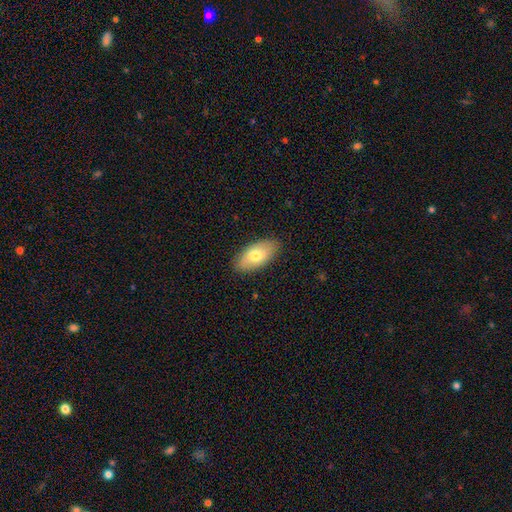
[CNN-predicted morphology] Smooth or featured: smooth — 73% (featured or disk — 21%)
How rounded: in between — 93% (cigar-shaped — 4%)
Merging: none — 86% (minor disturbance — 11%)